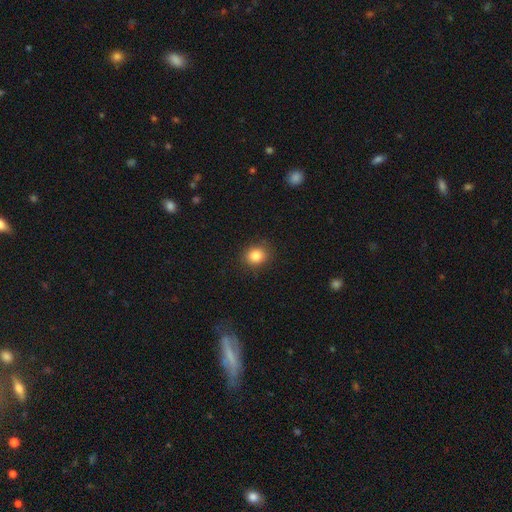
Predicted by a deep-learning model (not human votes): This is clearly a smooth galaxy (84%). How rounded: likely round (70%). Merging: clearly none (88%).